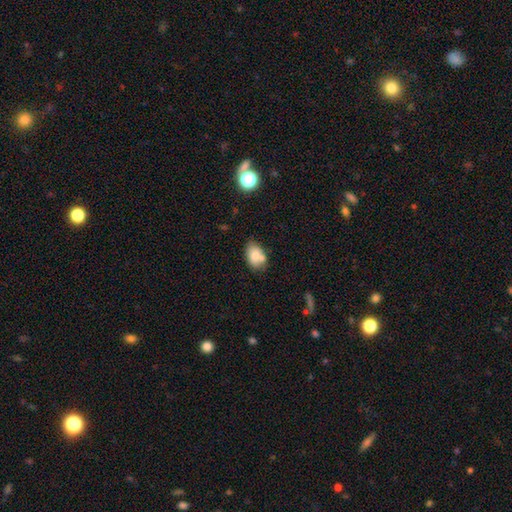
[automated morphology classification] smooth-or-featured: smooth: 76% | featured or disk: 15% | star or artifact: 9%
  how-rounded: in between: 84% | round: 14% | cigar-shaped: 1%
  merging: none: 57% | merger: 20% | minor disturbance: 18% | major disturbance: 5%